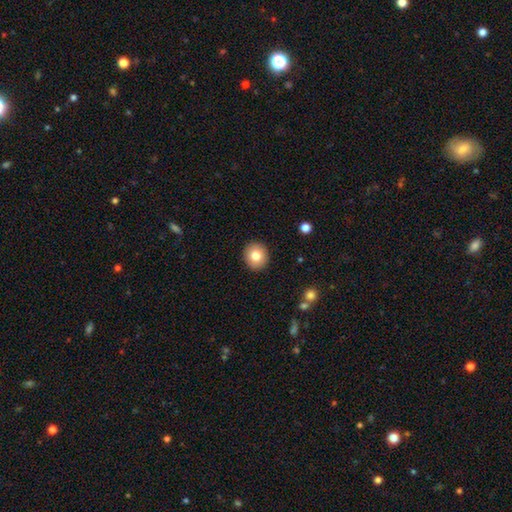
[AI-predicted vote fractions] The model was most divided on "smooth or featured": smooth: 80%, featured or disk: 11%, star or artifact: 9%. More confident: merging — none (91%); how rounded — round (84%).